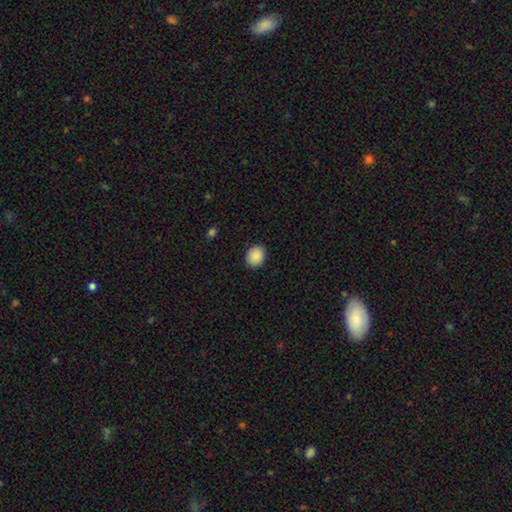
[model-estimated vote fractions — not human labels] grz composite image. It shows a smooth galaxy with no disk features (90%) that is round (58%). Merging: none (89%).